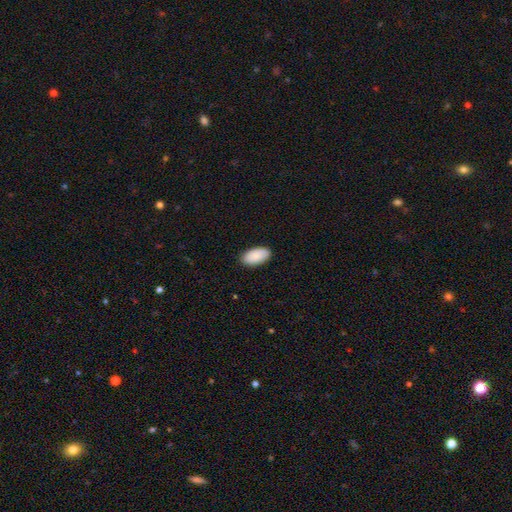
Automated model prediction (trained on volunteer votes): smooth_or_featured: smooth (p=0.91) [alt: star or artifact p=0.06]
how_rounded: in between (p=0.96) [alt: cigar-shaped p=0.02]
merging: none (p=0.89) [alt: minor disturbance p=0.08]